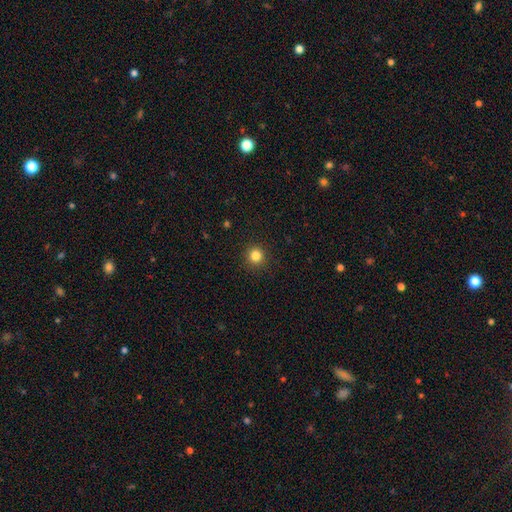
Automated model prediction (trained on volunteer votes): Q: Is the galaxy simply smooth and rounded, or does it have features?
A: smooth — 83%.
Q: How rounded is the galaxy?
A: round — 94%.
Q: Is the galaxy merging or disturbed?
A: none — 92%.